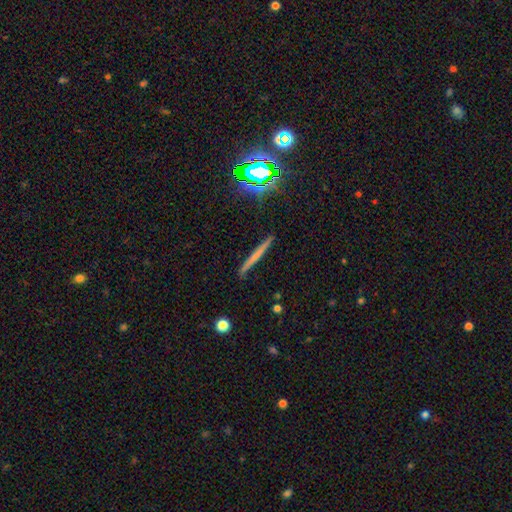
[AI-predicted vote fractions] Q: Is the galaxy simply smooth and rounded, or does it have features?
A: smooth — 45%.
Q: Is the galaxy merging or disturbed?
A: none — 89%.